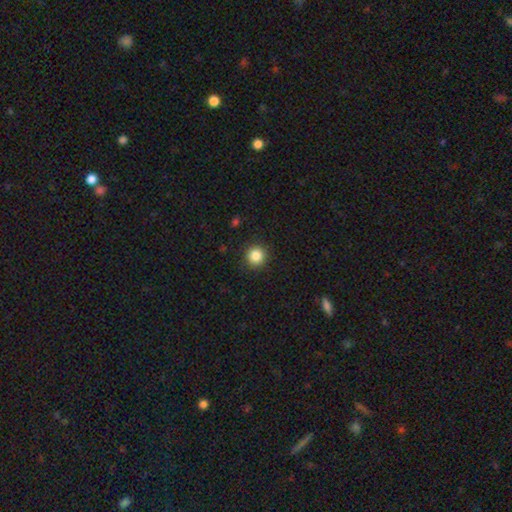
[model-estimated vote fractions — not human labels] Smooth or featured? Predicted: smooth (p=0.86). How rounded? Predicted: round (p=0.95). Merging? Predicted: none (p=0.91).